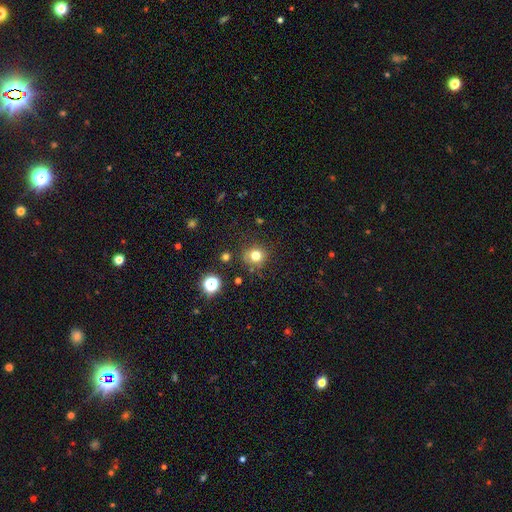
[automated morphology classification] smooth-or-featured: smooth: 75% | star or artifact: 18% | featured or disk: 8%
  how-rounded: round: 87% | in between: 12% | cigar-shaped: 1%
  merging: none: 80% | minor disturbance: 12% | major disturbance: 4% | merger: 3%